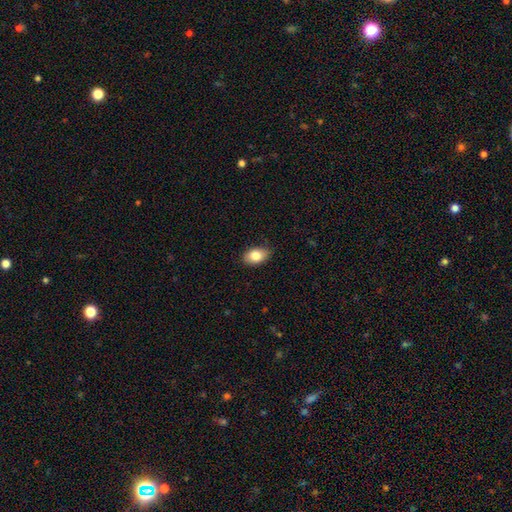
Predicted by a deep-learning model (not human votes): smooth 82%, featured or disk 10%, star or artifact 8%. Down the decision tree: how rounded — in between (88%); merging — none (85%).